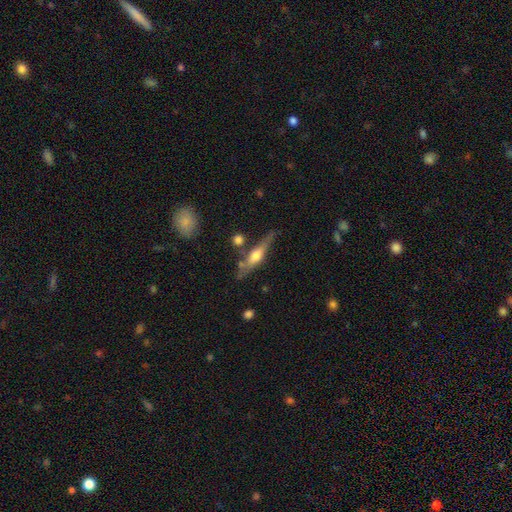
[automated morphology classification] This appears to be a featured or disk galaxy (64%) viewed edge-on (92%) with a rounded central bulge (89%). Merging: none (68%).